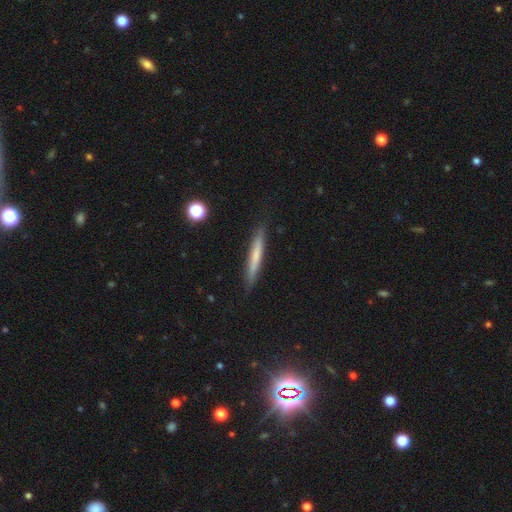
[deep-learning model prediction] Morphology: type=smooth (60%); roundness=cigar-shaped (95%); merging=none (88%).